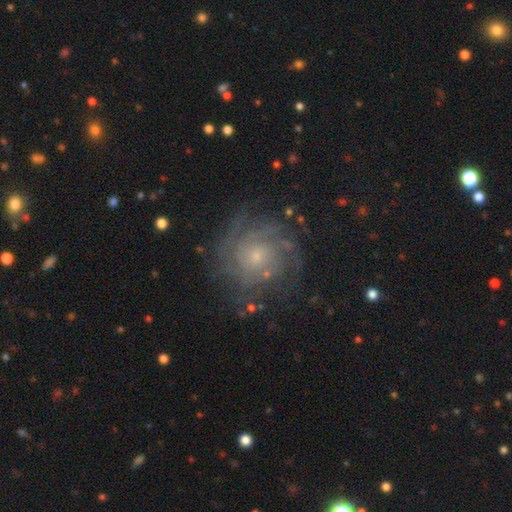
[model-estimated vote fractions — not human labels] Q: Smooth or featured?
A: featured or disk (76%); runner-up: smooth (15%)
Q: Edge-on disk?
A: no (98%); runner-up: yes (2%)
Q: Bar?
A: no (80%); runner-up: weak (17%)
Q: Spiral arms?
A: yes (91%); runner-up: no (9%)
Q: Spiral winding?
A: tight (67%); runner-up: medium (26%)
Q: Spiral arm count?
A: can't tell (42%); runner-up: 3 (16%)
Q: Bulge size?
A: small (70%); runner-up: moderate (23%)
Q: Merging?
A: none (74%); runner-up: minor disturbance (15%)